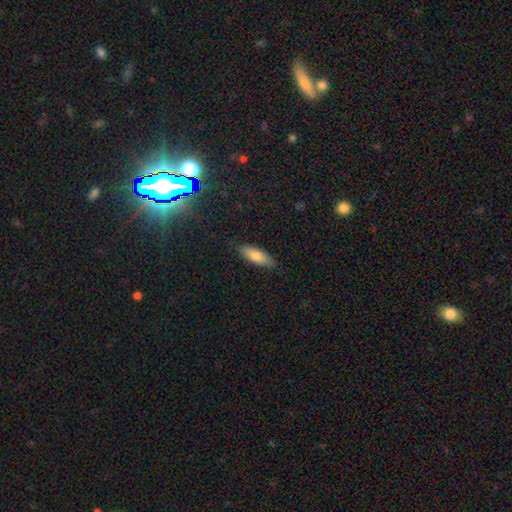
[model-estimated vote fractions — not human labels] smooth 79%, featured or disk 13%, star or artifact 8%. Down the decision tree: how rounded — in between (65%); merging — none (84%).